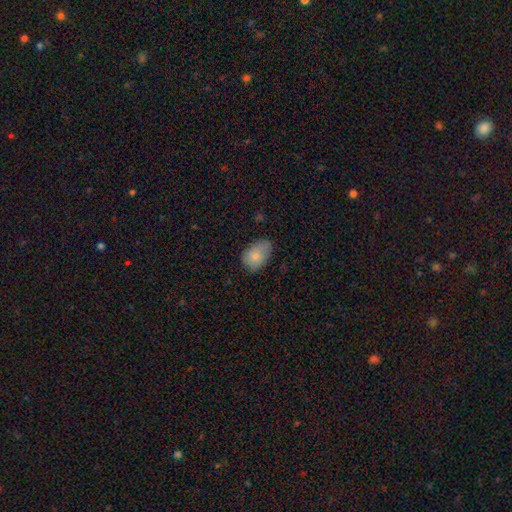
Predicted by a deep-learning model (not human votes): This is likely a smooth galaxy (77%). How rounded: clearly in between (84%). Merging: likely none (61%).